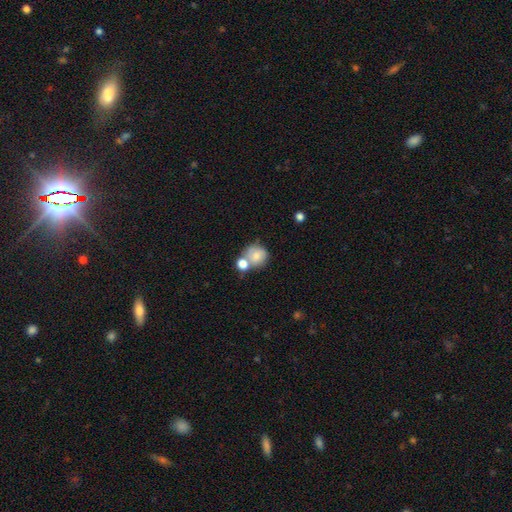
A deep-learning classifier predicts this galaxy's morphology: This is likely a smooth galaxy (76%). How rounded: clearly round (82%). Merging: marginally none (41%, tied with merger).